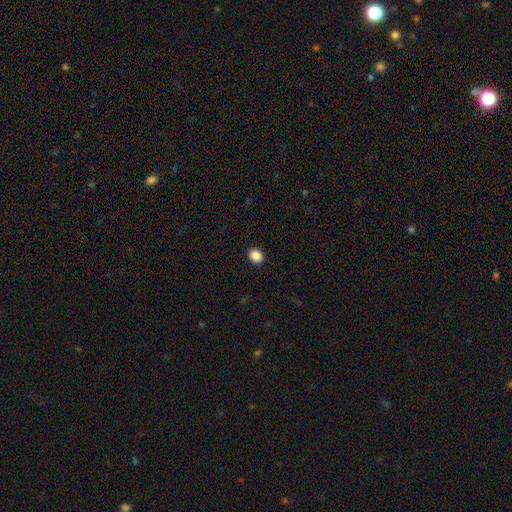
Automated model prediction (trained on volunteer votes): smooth 87%, star or artifact 10%, featured or disk 3%. Down the decision tree: how rounded — round (72%); merging — none (92%).